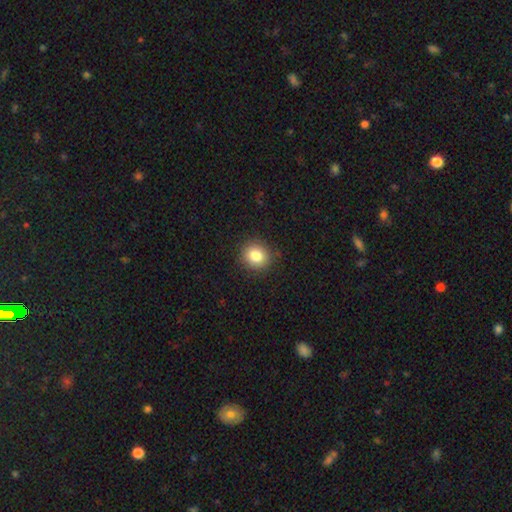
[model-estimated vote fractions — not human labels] smooth-or-featured: smooth: 83% | star or artifact: 10% | featured or disk: 7%
  how-rounded: round: 82% | in between: 17% | cigar-shaped: 1%
  merging: none: 89% | minor disturbance: 8% | major disturbance: 2% | merger: 1%